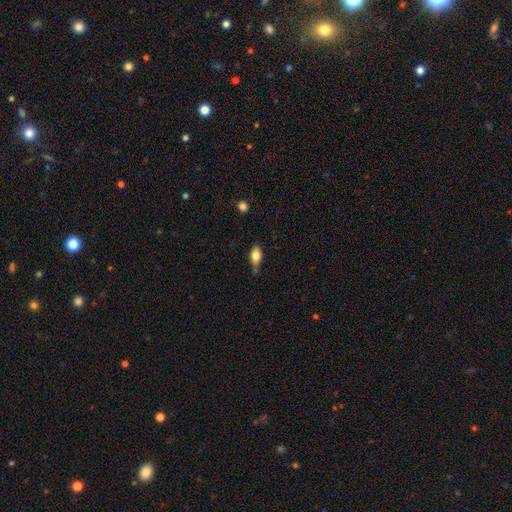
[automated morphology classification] Overall: smooth (78%). How rounded: in between (86%). Merging: none (59%; minor disturbance 32%).